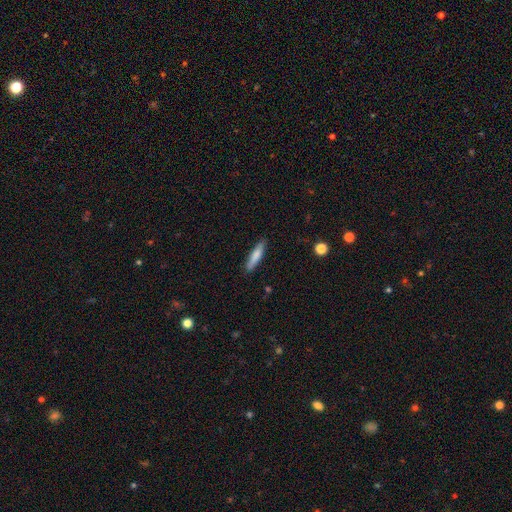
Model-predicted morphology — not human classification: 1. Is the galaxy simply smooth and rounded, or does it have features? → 75% smooth, 19% featured or disk, 6% star or artifact.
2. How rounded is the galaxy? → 86% cigar-shaped, 12% in between, 1% round.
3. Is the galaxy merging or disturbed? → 87% none, 10% minor disturbance, 2% major disturbance, 1% merger.